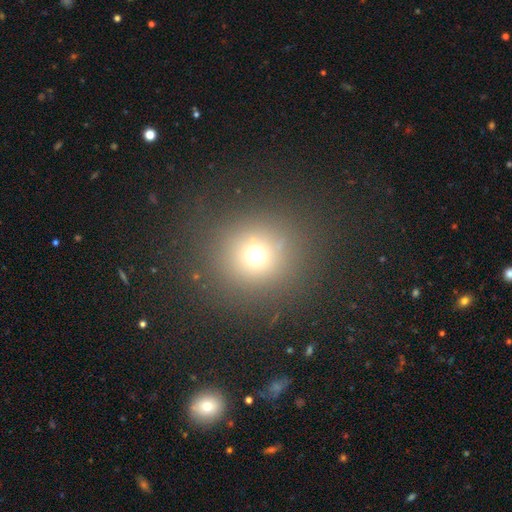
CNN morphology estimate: This is likely a smooth galaxy (65%). How rounded: clearly round (92%). Merging: clearly none (82%).